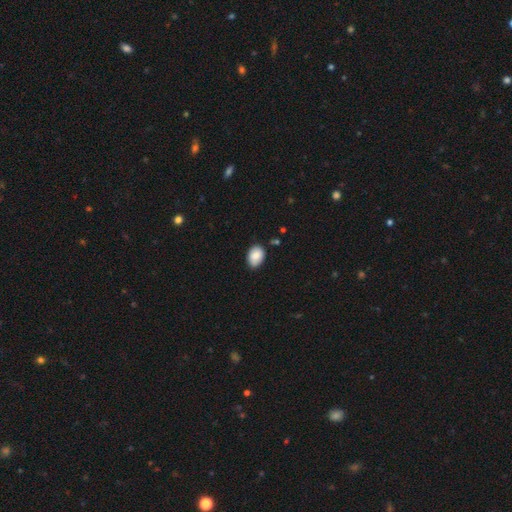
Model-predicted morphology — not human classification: Smooth or featured: smooth — 85% (star or artifact — 7%)
How rounded: in between — 81% (round — 17%)
Merging: none — 78% (minor disturbance — 17%)